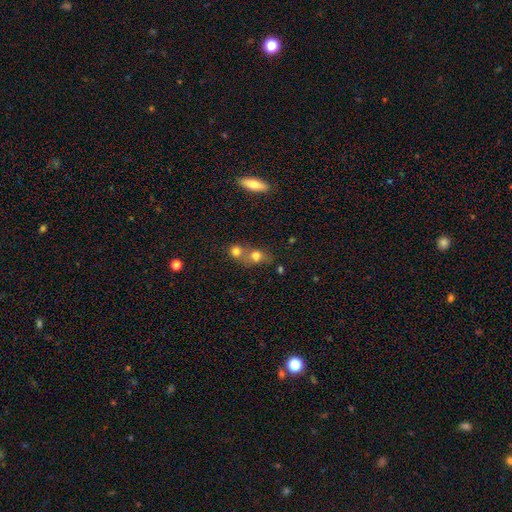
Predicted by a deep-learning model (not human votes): Smooth or featured: smooth — 74% (star or artifact — 13%)
How rounded: round — 55% (in between — 42%)
Merging: merger — 53% (none — 34%)